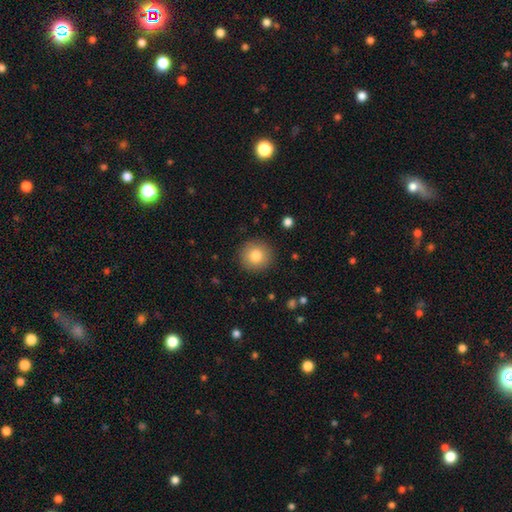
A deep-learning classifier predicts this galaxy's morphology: Smooth or featured: smooth — 81% (star or artifact — 10%)
How rounded: round — 94% (in between — 5%)
Merging: none — 91% (minor disturbance — 6%)